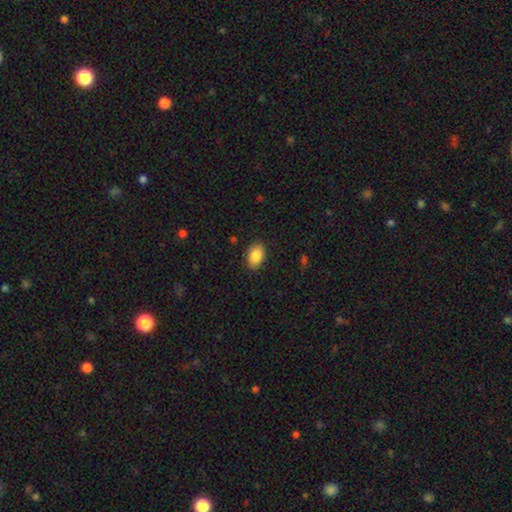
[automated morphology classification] This appears to be a smooth galaxy with no disk features (86%) that is in between round and cigar-shaped (86%). Merging: none (89%).